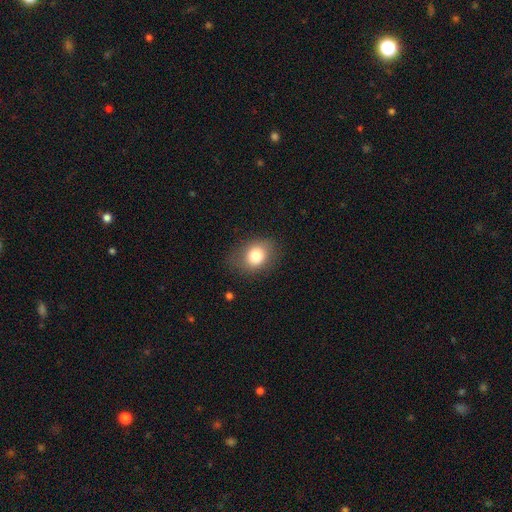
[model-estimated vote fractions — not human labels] A smooth galaxy with no disk features (79%) that is in between round and cigar-shaped (56%).

Vote fractions:
- Smooth or featured? smooth: 79% / featured or disk: 11% / star or artifact: 10%
- How rounded? in between: 56% / round: 43% / cigar-shaped: 1%
- Merging? none: 76% / minor disturbance: 17% / major disturbance: 6% / merger: 1%